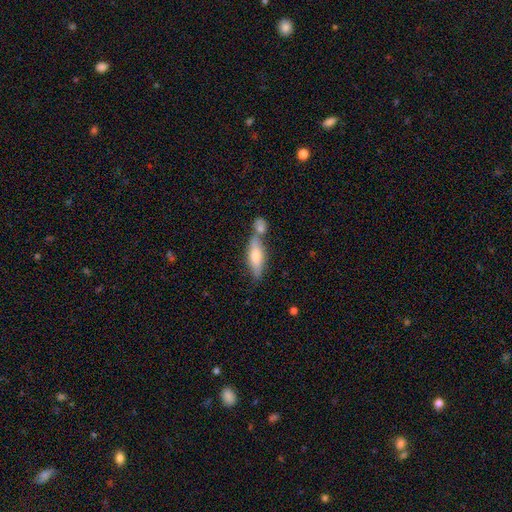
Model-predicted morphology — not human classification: Smooth or featured? smooth (58%)
How rounded? cigar-shaped (49%)
Merging? none (50%)